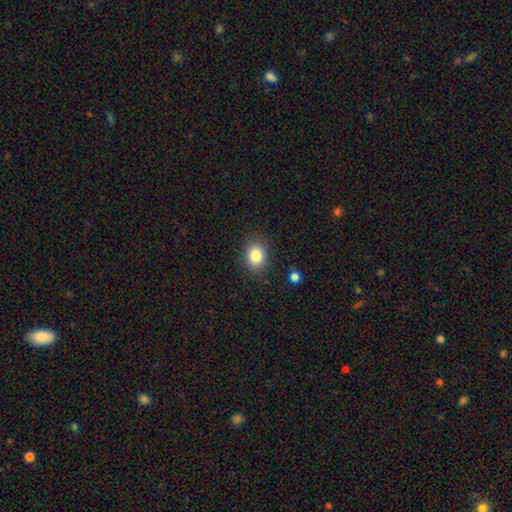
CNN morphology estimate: Smooth or featured? Predicted: smooth (p=0.83). How rounded? Predicted: round (p=0.51). Merging? Predicted: none (p=0.85).